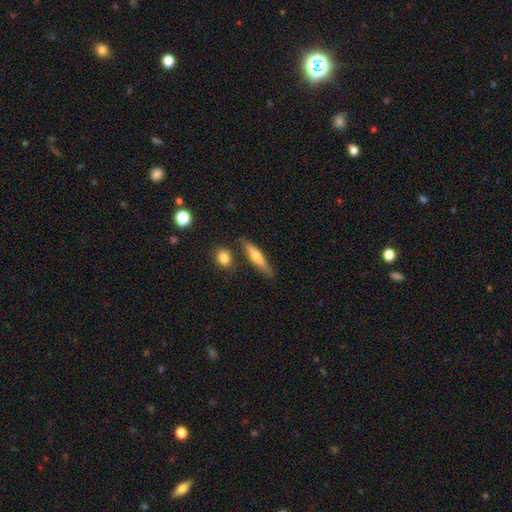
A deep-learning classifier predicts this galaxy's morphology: smooth-or-featured: smooth: 51% | featured or disk: 43% | star or artifact: 7%
  how-rounded: cigar-shaped: 81% | in between: 16% | round: 3%
  merging: none: 78% | minor disturbance: 12% | merger: 7% | major disturbance: 3%